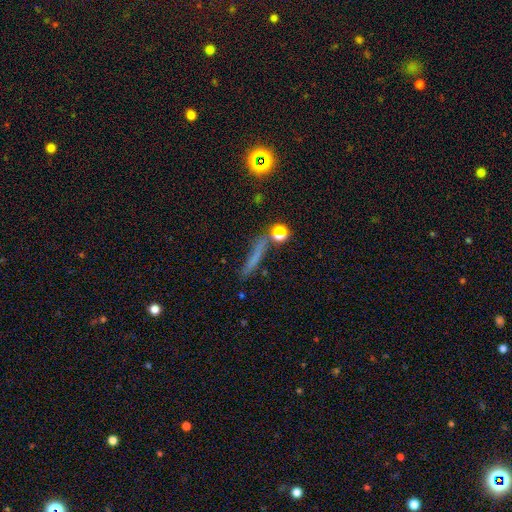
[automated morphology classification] This appears to be a smooth galaxy with no disk features (52%) that is cigar-shaped (86%). Merging: none (71%).